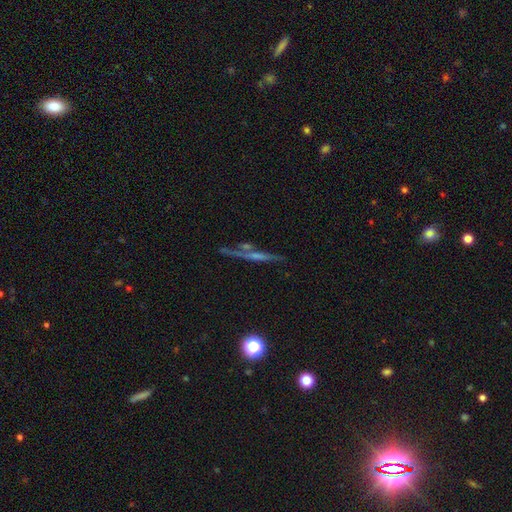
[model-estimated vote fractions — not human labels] A featured or disk galaxy (60%) viewed edge-on (85%) with no central bulge (55%).

Vote fractions:
- Smooth or featured? featured or disk: 60% / smooth: 24% / star or artifact: 16%
- Edge-on disk? yes: 85% / no: 15%
- Edge-on bulge? none: 55% / rounded: 35% / boxy: 11%
- Merging? none: 64% / minor disturbance: 15% / merger: 13% / major disturbance: 8%